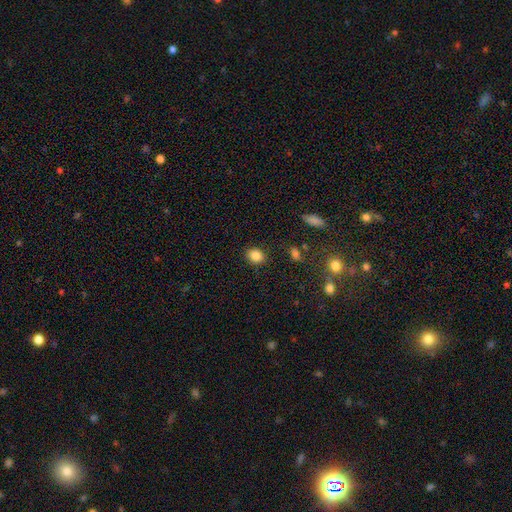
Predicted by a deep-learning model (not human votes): Smooth or featured?
  - smooth: 84% *
  - star or artifact: 11%
  - featured or disk: 5%
How rounded?
  - round: 53% *
  - in between: 46%
  - cigar-shaped: 1%
Merging?
  - none: 87% *
  - minor disturbance: 9%
  - major disturbance: 3%
  - merger: 2%